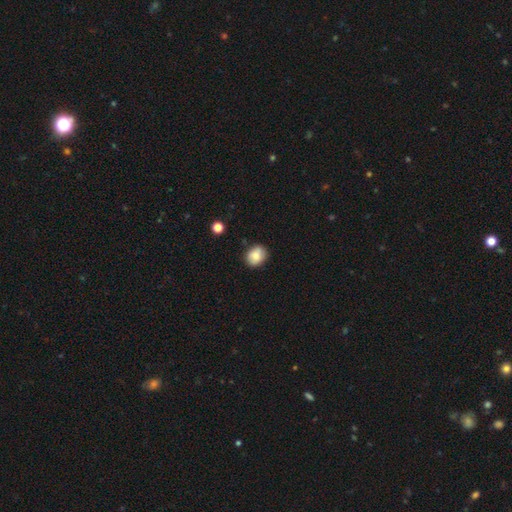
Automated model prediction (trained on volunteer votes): A smooth galaxy with no disk features (81%) that is round (57%).

Vote fractions:
- Smooth or featured? smooth: 81% / featured or disk: 11% / star or artifact: 9%
- How rounded? round: 57% / in between: 42% / cigar-shaped: 1%
- Merging? none: 81% / minor disturbance: 14% / major disturbance: 3% / merger: 2%